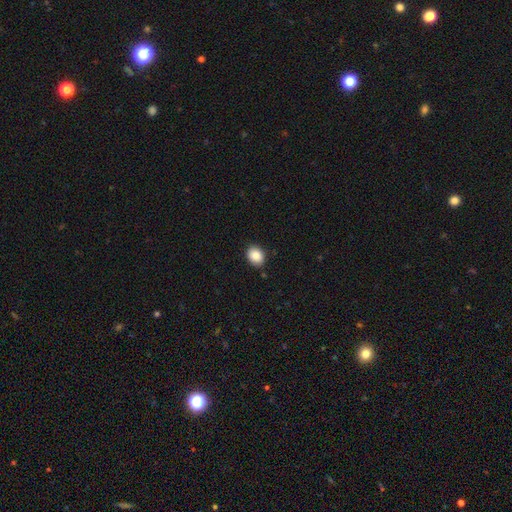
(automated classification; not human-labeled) Morphology: type=smooth (86%); roundness=in between (54%); merging=none (88%).